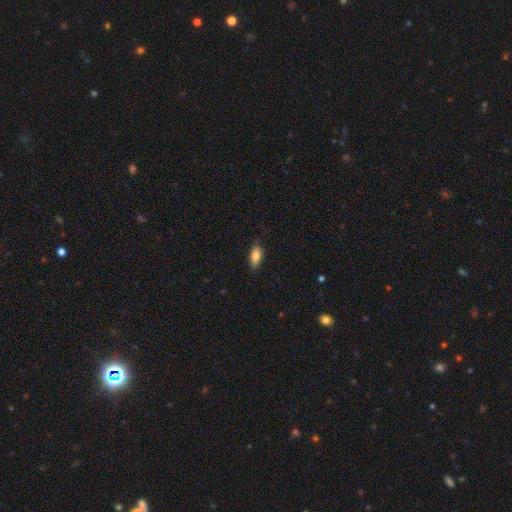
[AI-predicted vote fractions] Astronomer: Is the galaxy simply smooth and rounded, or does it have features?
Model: smooth — 80%.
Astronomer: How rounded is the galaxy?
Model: in between — 82%.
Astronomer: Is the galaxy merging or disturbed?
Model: none — 79%.